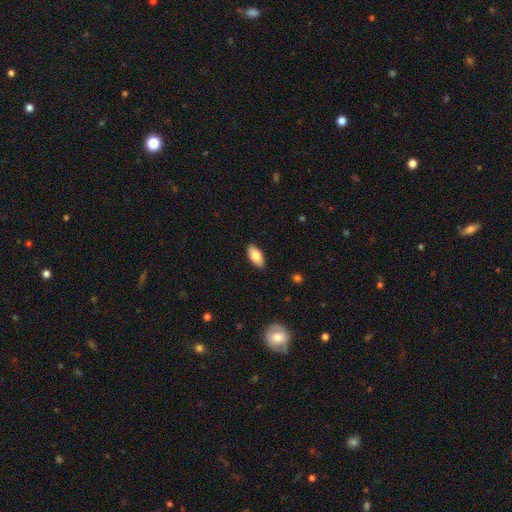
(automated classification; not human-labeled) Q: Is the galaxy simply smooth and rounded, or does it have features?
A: smooth — 80%.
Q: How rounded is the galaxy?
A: in between — 91%.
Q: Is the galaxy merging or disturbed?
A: none — 89%.